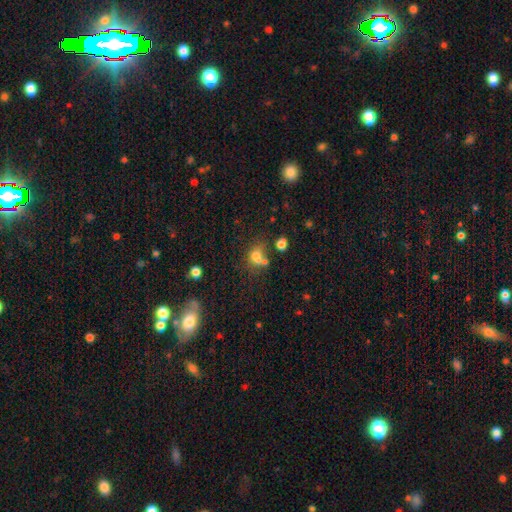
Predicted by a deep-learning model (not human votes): Overall: smooth (69%). How rounded: in between (51%; round 48%). Merging: merger (41%; none 36%).